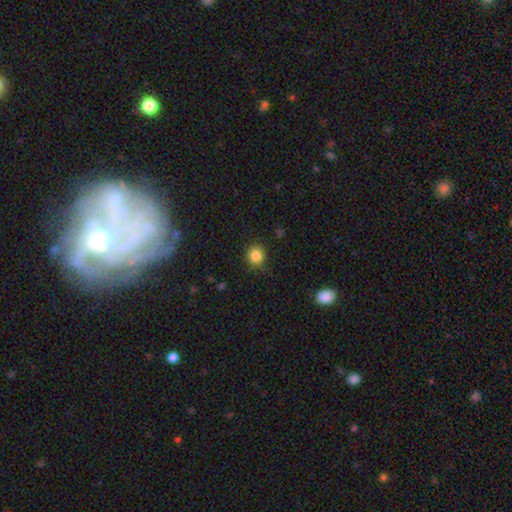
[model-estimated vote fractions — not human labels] smooth_or_featured: smooth (p=0.84) [alt: star or artifact p=0.11]
how_rounded: round (p=0.86) [alt: in between p=0.13]
merging: none (p=0.85) [alt: minor disturbance p=0.11]